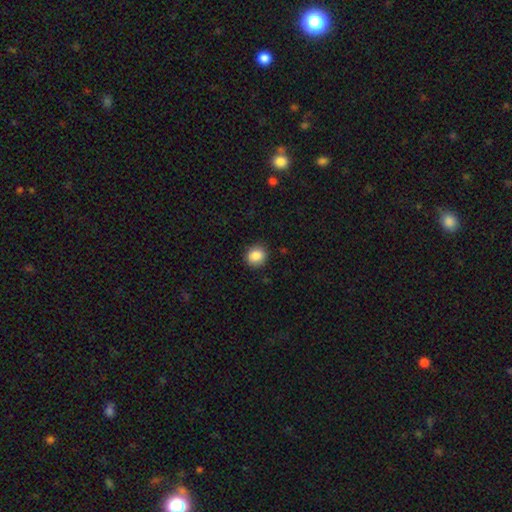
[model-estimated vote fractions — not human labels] Smooth or featured: smooth — 87% (star or artifact — 9%)
How rounded: round — 80% (in between — 19%)
Merging: none — 89% (minor disturbance — 8%)